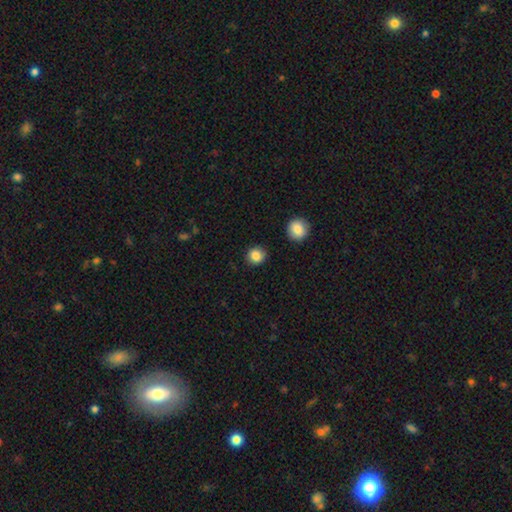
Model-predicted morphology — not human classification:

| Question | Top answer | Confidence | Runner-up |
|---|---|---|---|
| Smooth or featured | smooth | 85% | star or artifact (10%) |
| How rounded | round | 89% | in between (10%) |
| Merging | none | 89% | minor disturbance (7%) |